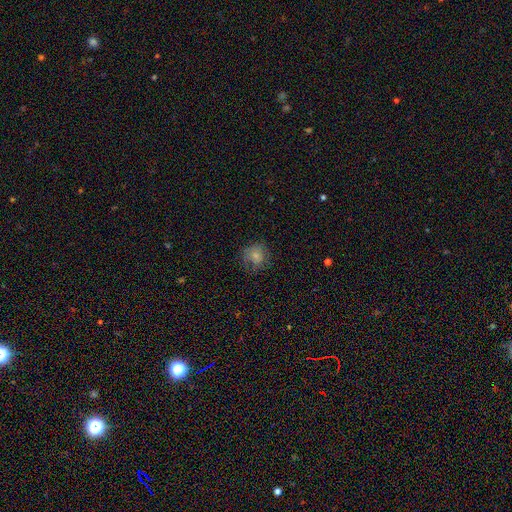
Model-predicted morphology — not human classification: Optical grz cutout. It shows a smooth galaxy with no disk features (72%) that is round (83%). Merging: none (67%).